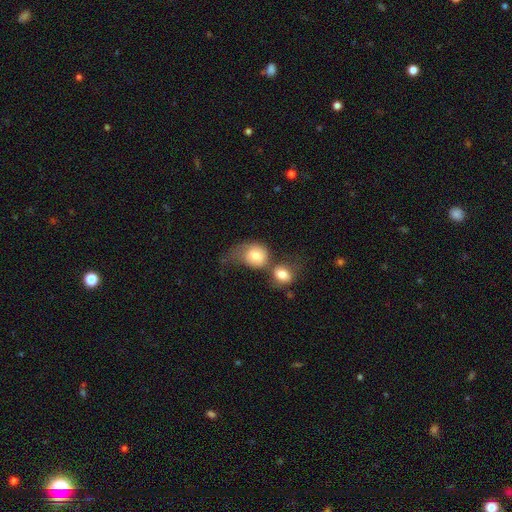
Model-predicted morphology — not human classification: smooth_or_featured: smooth (p=0.74) [alt: featured or disk p=0.18]
how_rounded: round (p=0.67) [alt: in between p=0.32]
merging: merger (p=0.52) [alt: none p=0.20]